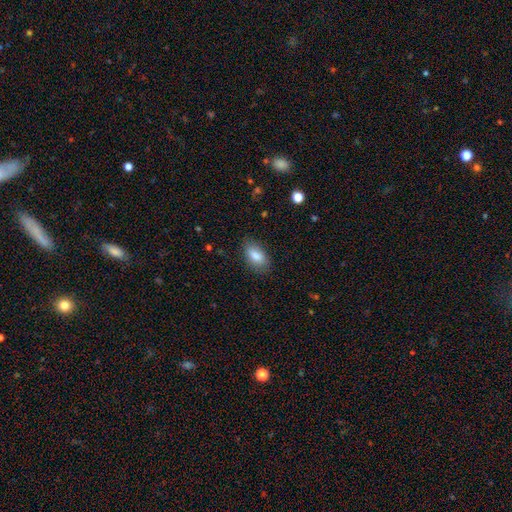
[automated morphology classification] Smooth or featured? smooth (84%)
How rounded? in between (92%)
Merging? none (80%)